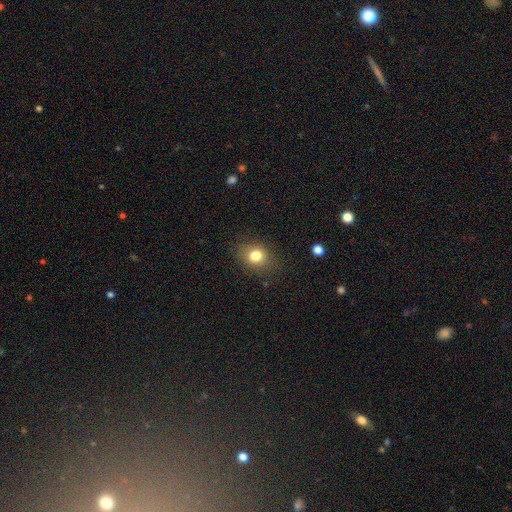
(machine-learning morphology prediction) Smooth or featured? smooth (79%)
How rounded? round (57%)
Merging? none (83%)